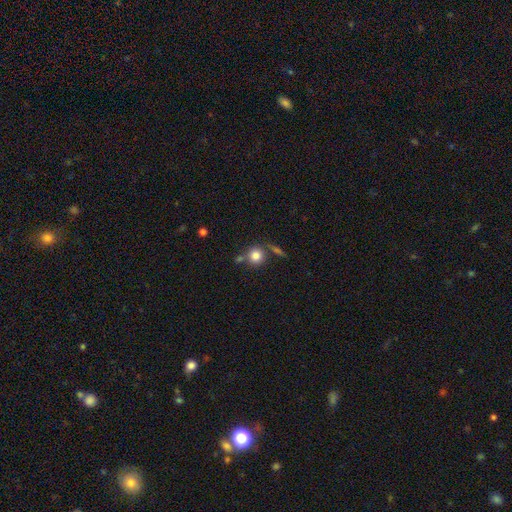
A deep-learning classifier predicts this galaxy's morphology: This appears to be a smooth galaxy with no disk features (81%) that is round (90%). Merging: none (66%).